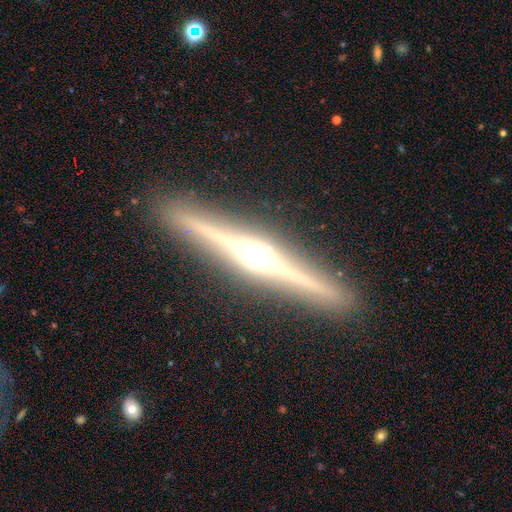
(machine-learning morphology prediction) Q: Smooth or featured?
A: featured or disk (86%); runner-up: smooth (9%)
Q: Edge-on disk?
A: yes (98%); runner-up: no (2%)
Q: Edge-on bulge?
A: rounded (92%); runner-up: boxy (5%)
Q: Merging?
A: none (92%); runner-up: minor disturbance (6%)